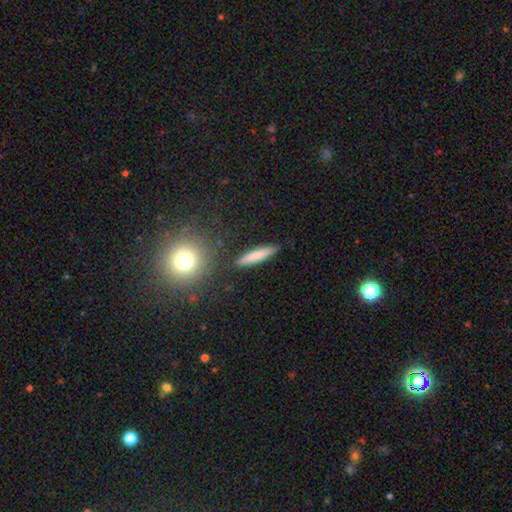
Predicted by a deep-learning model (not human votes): The model was most divided on "smooth or featured": smooth: 77%, featured or disk: 16%, star or artifact: 7%. More confident: how rounded — cigar-shaped (88%); merging — none (86%).